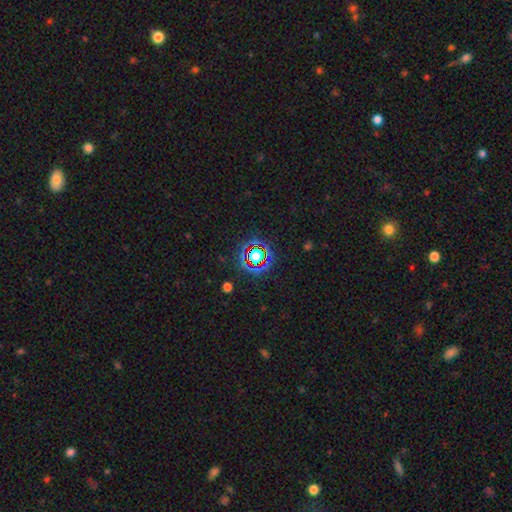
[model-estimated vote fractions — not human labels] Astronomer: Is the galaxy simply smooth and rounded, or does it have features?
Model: star or artifact — 68%.